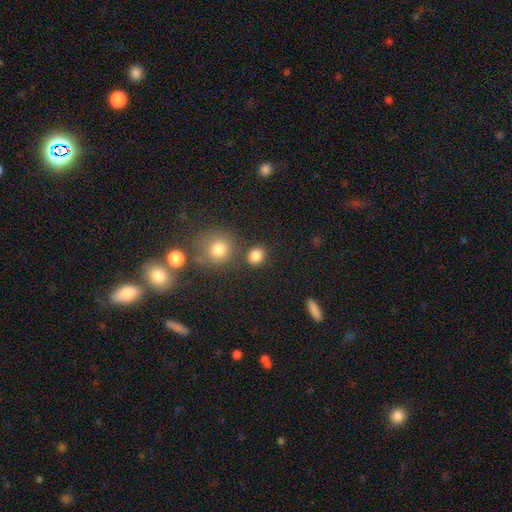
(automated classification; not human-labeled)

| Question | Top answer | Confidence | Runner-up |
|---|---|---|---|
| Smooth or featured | smooth | 83% | star or artifact (12%) |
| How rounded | round | 78% | in between (21%) |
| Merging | none | 78% | merger (9%) |